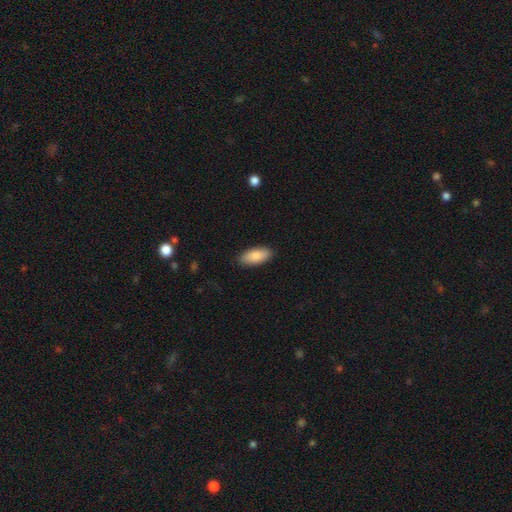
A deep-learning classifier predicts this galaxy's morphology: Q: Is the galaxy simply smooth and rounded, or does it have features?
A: smooth — 84%.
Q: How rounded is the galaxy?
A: in between — 90%.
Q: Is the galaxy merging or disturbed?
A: none — 88%.